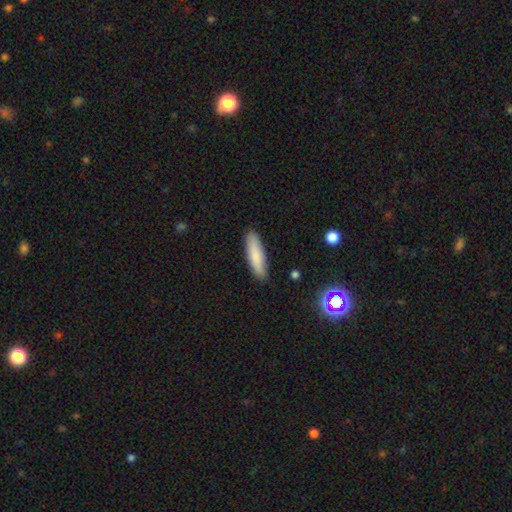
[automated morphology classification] smooth 83%, featured or disk 10%, star or artifact 6%. Down the decision tree: how rounded — cigar-shaped (64%); merging — none (89%).